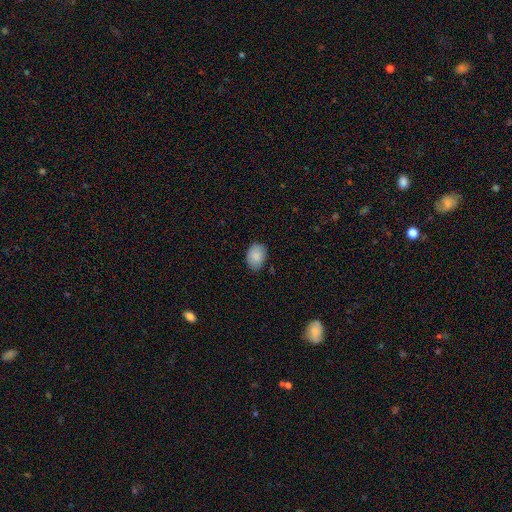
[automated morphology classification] This is clearly a smooth galaxy (88%). How rounded: likely in between (73%). Merging: likely none (78%).